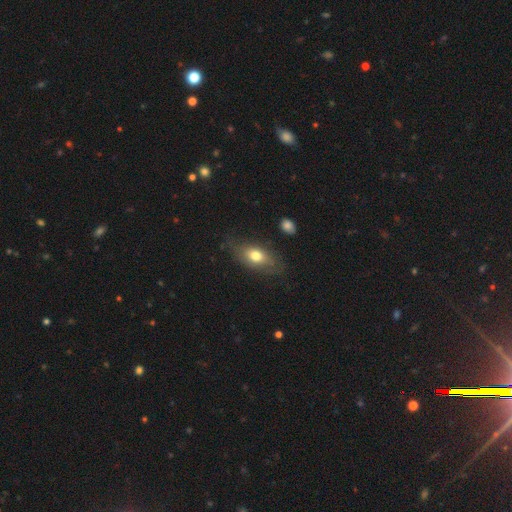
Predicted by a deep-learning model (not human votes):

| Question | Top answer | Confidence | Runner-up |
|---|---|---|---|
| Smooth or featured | smooth | 69% | featured or disk (23%) |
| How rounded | in between | 84% | round (9%) |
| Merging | none | 69% | minor disturbance (21%) |